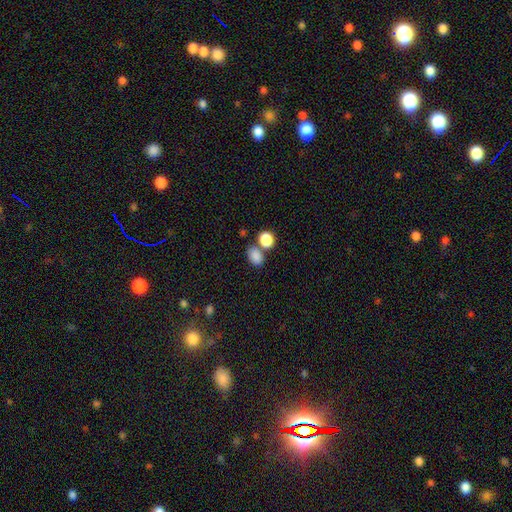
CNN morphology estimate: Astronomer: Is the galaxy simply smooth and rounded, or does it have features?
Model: smooth — 85%.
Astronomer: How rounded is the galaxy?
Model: in between — 73%.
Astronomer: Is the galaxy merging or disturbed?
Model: none — 58%.